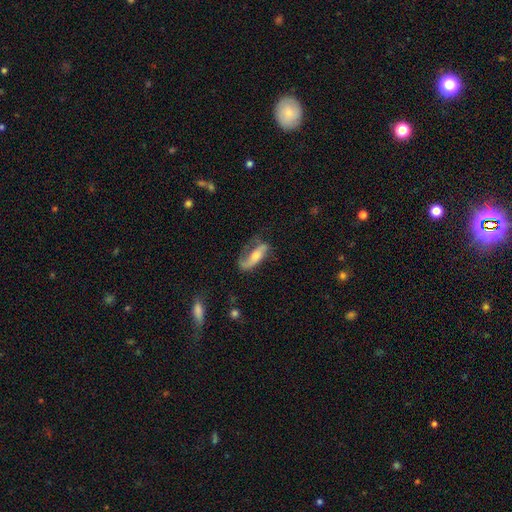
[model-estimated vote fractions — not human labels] A featured or disk galaxy (61%) with no bar (47%), spiral arms (83%) and a moderate central bulge (48%). Merging: none (44%).